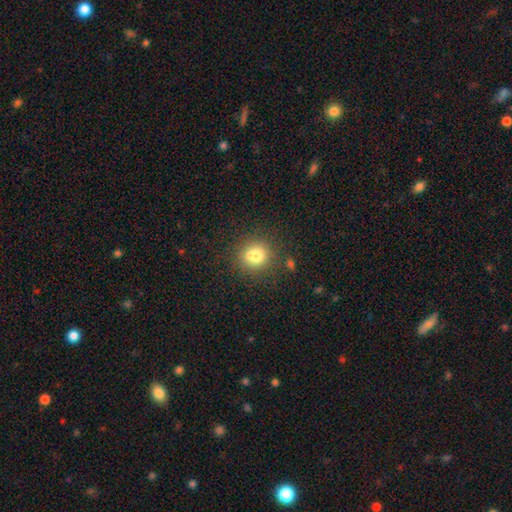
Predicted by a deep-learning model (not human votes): Smooth or featured? Predicted: smooth (p=0.75). How rounded? Predicted: round (p=0.85). Merging? Predicted: none (p=0.69).